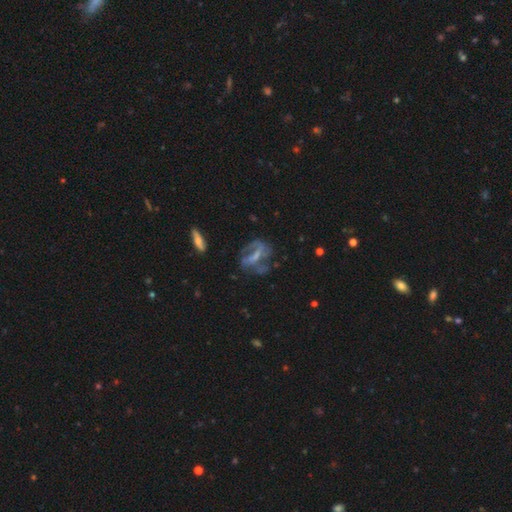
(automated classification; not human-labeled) Smooth or featured? Predicted: featured or disk (p=0.65). Edge-on disk? Predicted: no (p=0.92). Bar? Predicted: strong (p=0.36). Spiral arms? Predicted: yes (p=0.55). Bulge size? Predicted: none (p=0.38). Merging? Predicted: none (p=0.45).